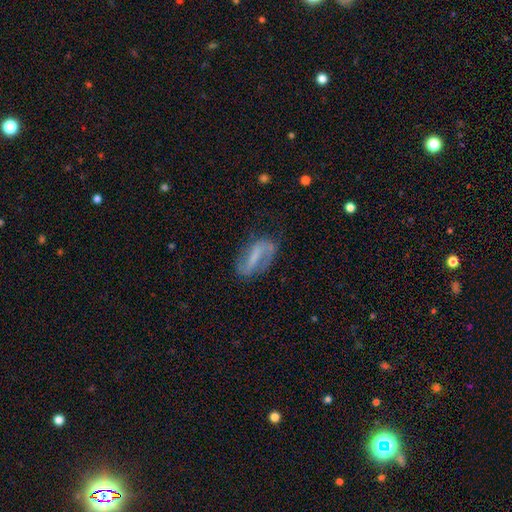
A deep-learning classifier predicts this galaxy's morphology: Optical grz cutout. It shows a featured or disk galaxy (65%) with a strong bar (56%), spiral arms (76%) and no central bulge (47%). Merging: none (63%).